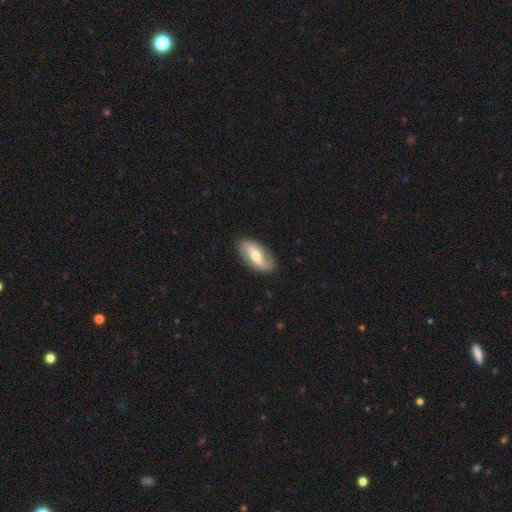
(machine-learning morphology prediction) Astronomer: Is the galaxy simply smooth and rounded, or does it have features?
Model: featured or disk — 60% (runner-up: smooth, 35%).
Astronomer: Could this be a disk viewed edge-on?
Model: no — 85%.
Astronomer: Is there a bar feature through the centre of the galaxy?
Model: no — 34%, tied with strong at 34%.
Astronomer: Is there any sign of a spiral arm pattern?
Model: yes — 76%.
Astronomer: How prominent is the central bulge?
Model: moderate — 63%.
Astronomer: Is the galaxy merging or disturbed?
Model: none — 85%.